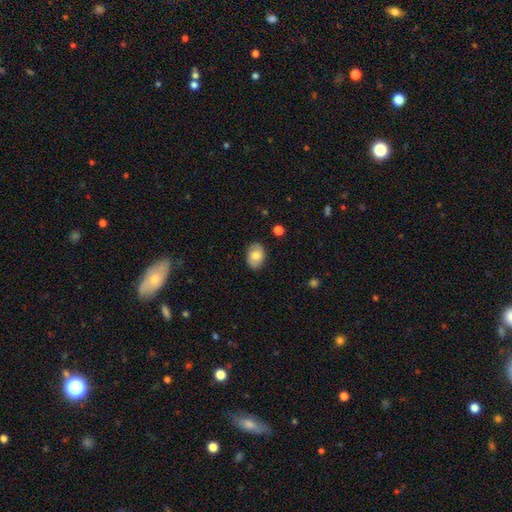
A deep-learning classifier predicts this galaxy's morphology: Q: Smooth or featured?
A: smooth (72%); runner-up: featured or disk (21%)
Q: How rounded?
A: in between (76%); runner-up: round (23%)
Q: Merging?
A: none (86%); runner-up: minor disturbance (10%)